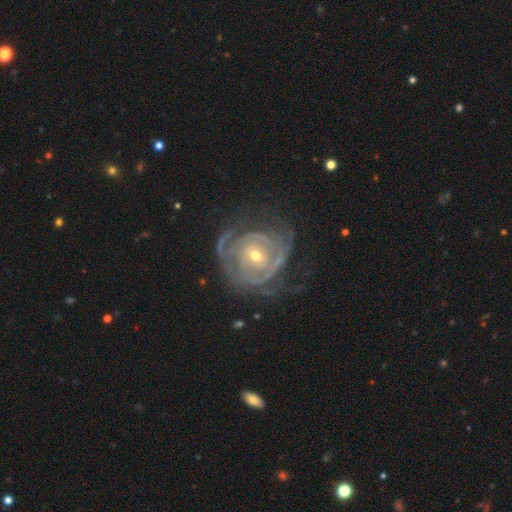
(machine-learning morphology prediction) This is clearly a featured or disk galaxy (87%). It is clearly not viewed edge-on (97%). Bar: likely no (65%). Spiral arm pattern: clearly yes (91%). Spiral arm count: marginally can't tell (37%). Spiral winding: likely tight (73%). Central bulge: possibly small (53%). Merging: possibly none (58%).